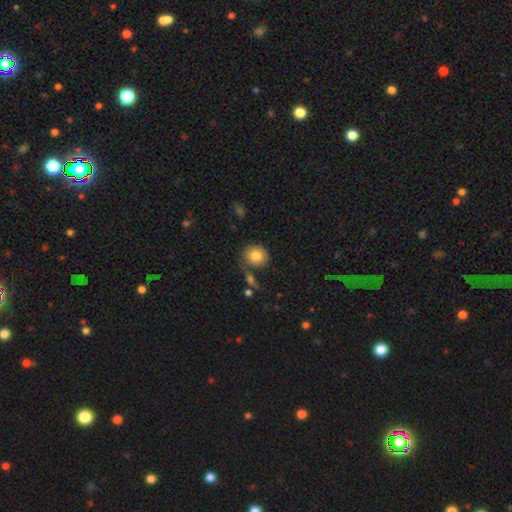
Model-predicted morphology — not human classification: type=smooth (80%); roundness=round (82%); merging=none (64%).